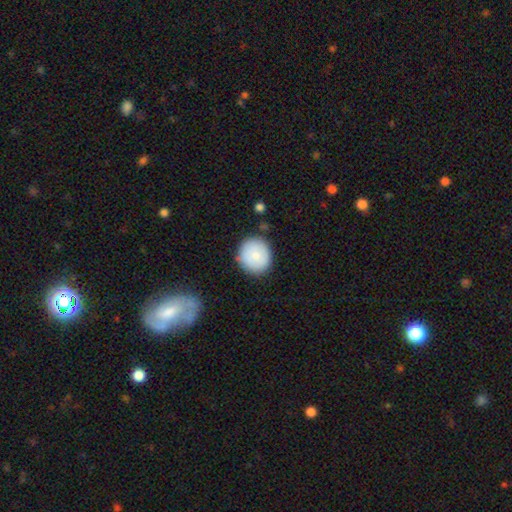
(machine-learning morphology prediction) Smooth or featured? Predicted: smooth (p=0.78). How rounded? Predicted: round (p=0.88). Merging? Predicted: none (p=0.83).